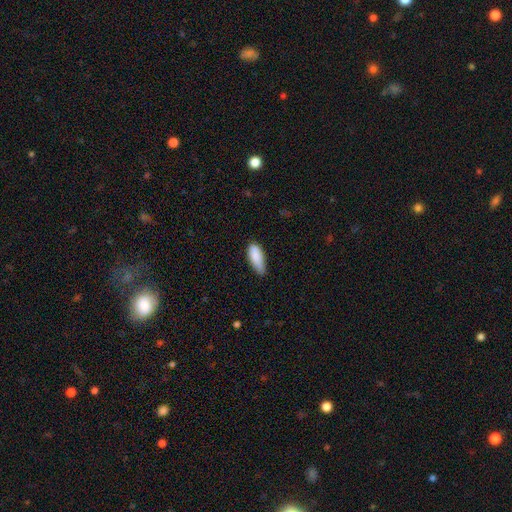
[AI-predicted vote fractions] Smooth or featured? smooth (87%)
How rounded? in between (71%)
Merging? none (50%)